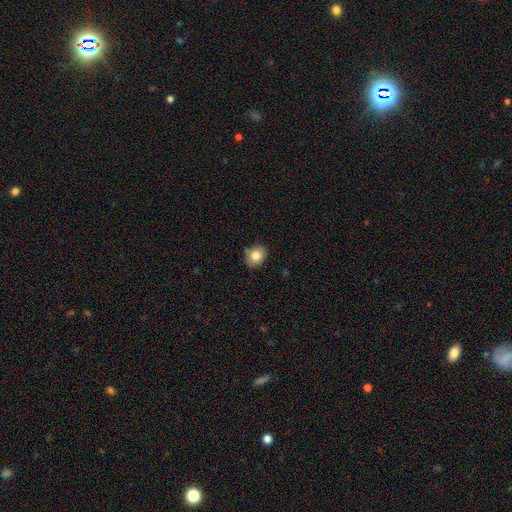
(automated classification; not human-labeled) Overall: smooth (82%). How rounded: round (56%; in between 43%). Merging: none (81%).